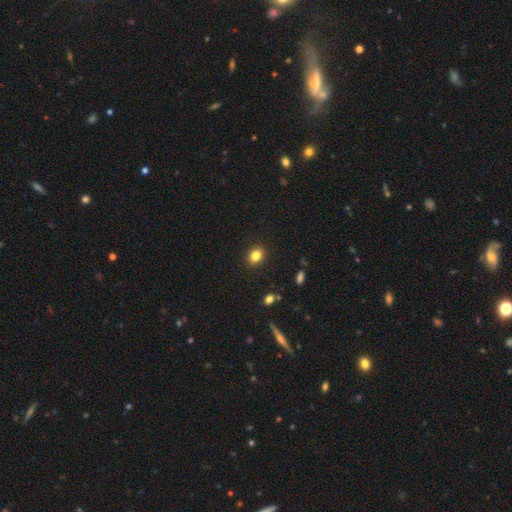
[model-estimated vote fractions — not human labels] Smooth or featured?
  - smooth: 83% *
  - star or artifact: 11%
  - featured or disk: 6%
How rounded?
  - round: 51% *
  - in between: 48%
  - cigar-shaped: 1%
Merging?
  - none: 90% *
  - minor disturbance: 7%
  - major disturbance: 2%
  - merger: 1%